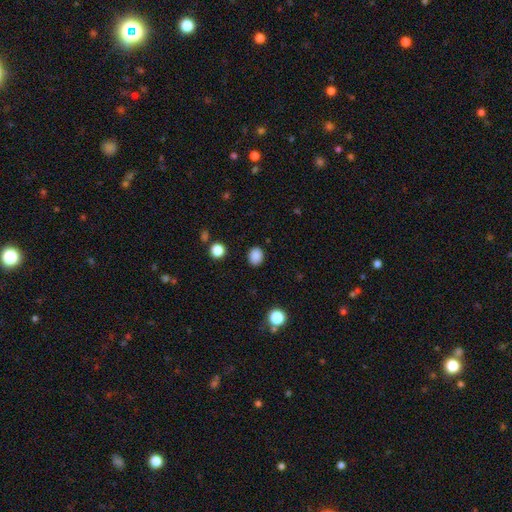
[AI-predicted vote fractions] This is clearly a smooth galaxy (87%). How rounded: possibly round (58%). Merging: clearly none (89%).